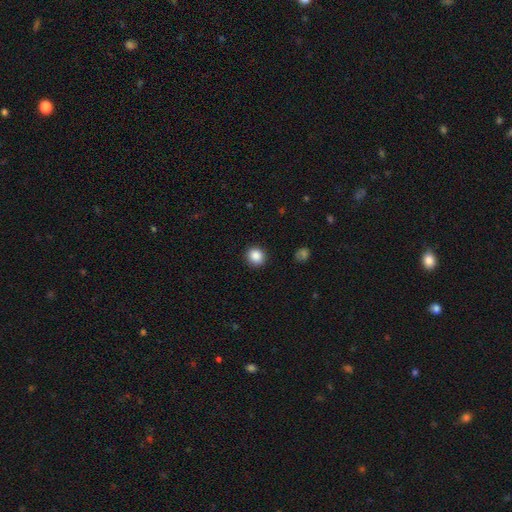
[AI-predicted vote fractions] Q: Smooth or featured?
A: smooth (87%); runner-up: star or artifact (9%)
Q: How rounded?
A: round (87%); runner-up: in between (12%)
Q: Merging?
A: none (90%); runner-up: minor disturbance (7%)